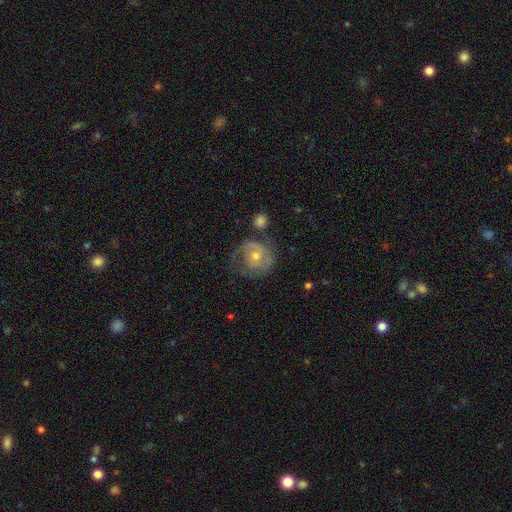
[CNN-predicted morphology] smooth-or-featured: featured or disk: 65% | smooth: 28% | star or artifact: 7%
  disk-edge-on: no: 97% | yes: 3%
    bar: no: 72% | weak: 24% | strong: 4%
    has-spiral-arms: yes: 82% | no: 18%
      spiral-winding: tight: 48% | medium: 37% | loose: 15%
      spiral-arm-count: 2: 44% | can't tell: 24% | 1: 21% | 3: 6% | 4: 2% | more than 4: 2%
    bulge-size: moderate: 54% | small: 41% | large: 2% | none: 2% | dominant: 1%
  merging: none: 50% | minor disturbance: 25% | major disturbance: 19% | merger: 5%